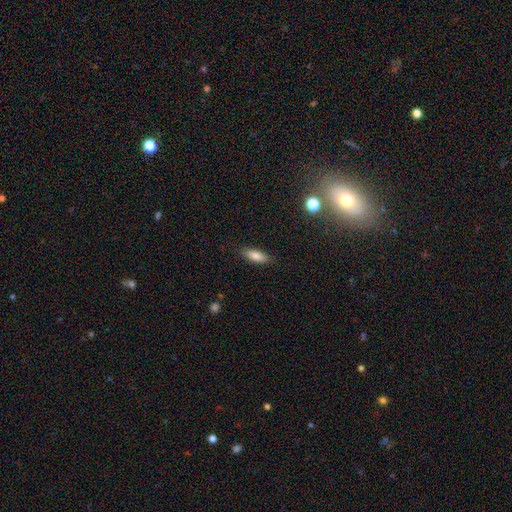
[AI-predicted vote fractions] Q: Smooth or featured?
A: smooth (81%); runner-up: featured or disk (12%)
Q: How rounded?
A: in between (62%); runner-up: cigar-shaped (35%)
Q: Merging?
A: none (87%); runner-up: minor disturbance (9%)